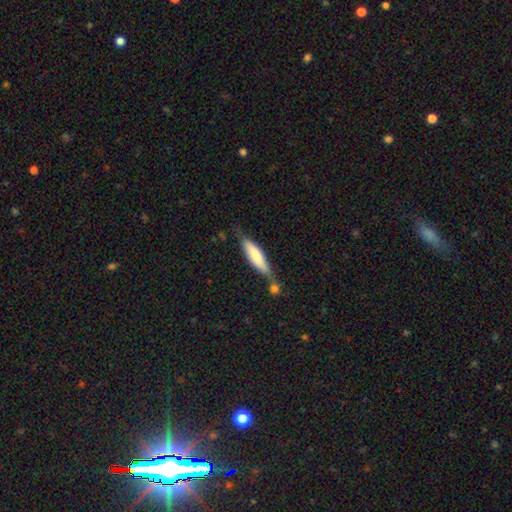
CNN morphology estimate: type=smooth (70%); roundness=cigar-shaped (70%); merging=none (47%).